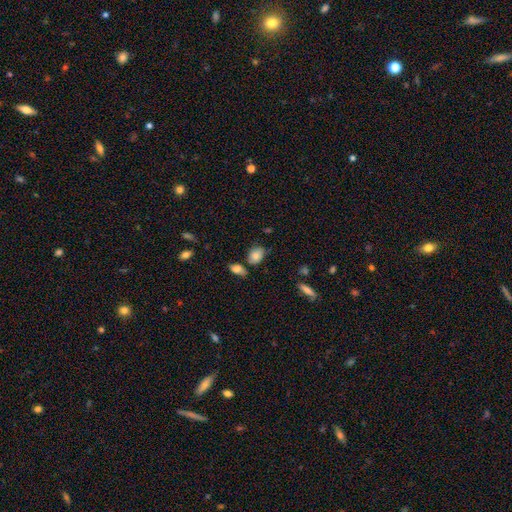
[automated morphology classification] Q: Smooth or featured?
A: smooth (80%); runner-up: featured or disk (12%)
Q: How rounded?
A: in between (74%); runner-up: round (24%)
Q: Merging?
A: none (63%); runner-up: minor disturbance (21%)